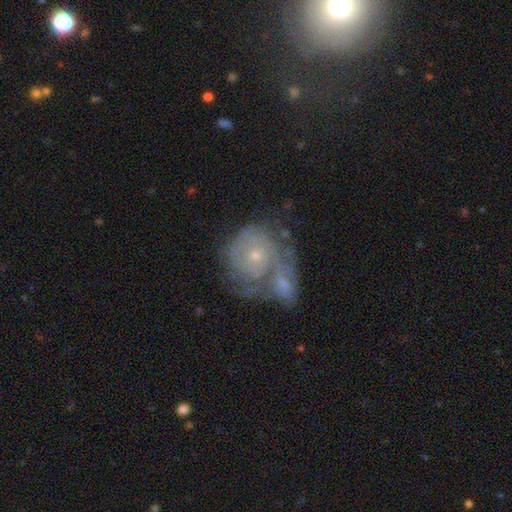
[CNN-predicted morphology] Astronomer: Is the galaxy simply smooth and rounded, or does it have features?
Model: featured or disk — 73%.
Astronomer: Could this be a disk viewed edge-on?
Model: no — 97%.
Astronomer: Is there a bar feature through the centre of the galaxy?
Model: no — 84%.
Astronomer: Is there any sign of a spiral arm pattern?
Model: yes — 80%.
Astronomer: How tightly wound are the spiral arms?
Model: tight — 76%.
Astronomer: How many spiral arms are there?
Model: can't tell — 52%.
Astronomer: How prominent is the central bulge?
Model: small — 68%.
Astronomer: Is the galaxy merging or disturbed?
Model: merger — 52% (runner-up: none, 28%).